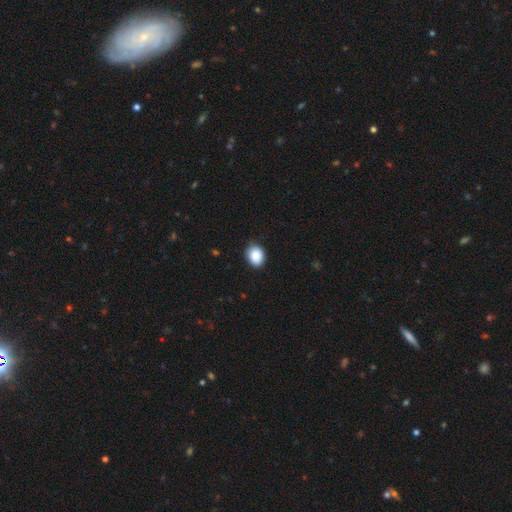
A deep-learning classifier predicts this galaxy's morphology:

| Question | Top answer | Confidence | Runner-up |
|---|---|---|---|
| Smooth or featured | smooth | 87% | star or artifact (8%) |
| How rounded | in between | 54% | round (45%) |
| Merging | none | 84% | minor disturbance (13%) |